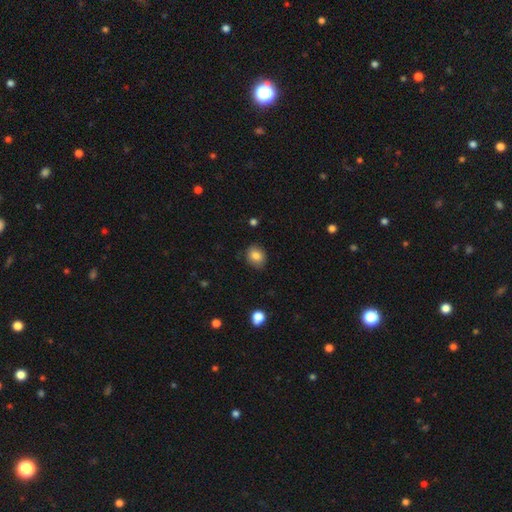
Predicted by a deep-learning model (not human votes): This is clearly a smooth galaxy (83%). How rounded: possibly round (57%). Merging: clearly none (82%).